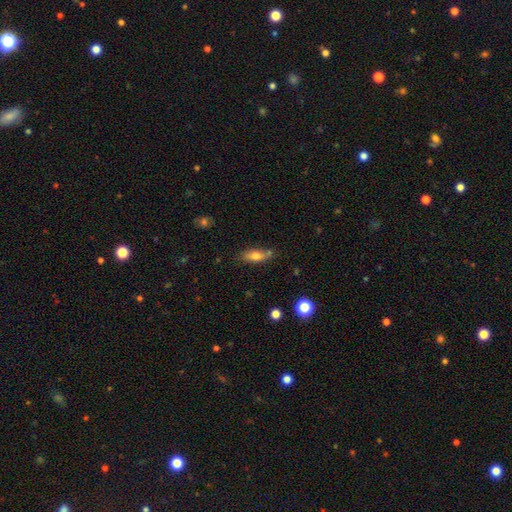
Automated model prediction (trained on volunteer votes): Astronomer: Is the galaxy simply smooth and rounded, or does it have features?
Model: smooth — 71%.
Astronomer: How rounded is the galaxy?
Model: in between — 72%.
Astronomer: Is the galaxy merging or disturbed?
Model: none — 67%.